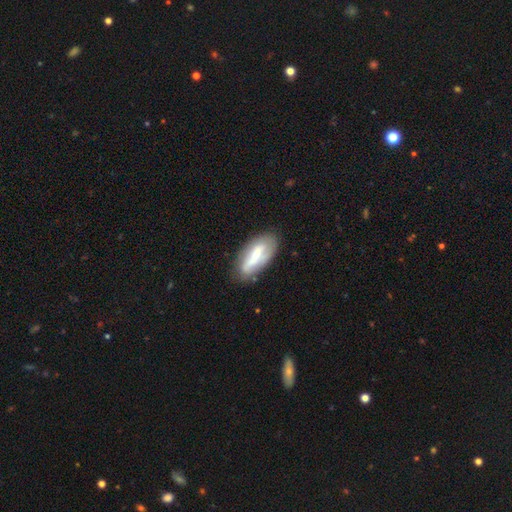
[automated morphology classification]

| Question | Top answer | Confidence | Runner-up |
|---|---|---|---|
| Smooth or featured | smooth | 49% | featured or disk (45%) |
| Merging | none | 74% | minor disturbance (19%) |